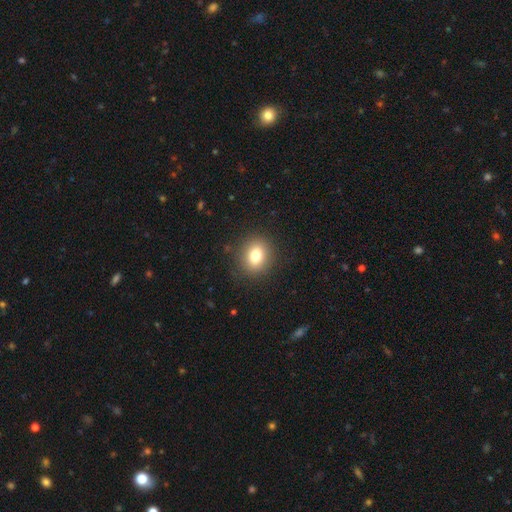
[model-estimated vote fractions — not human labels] Overall: smooth (79%). How rounded: round (62%; in between 37%). Merging: none (88%).